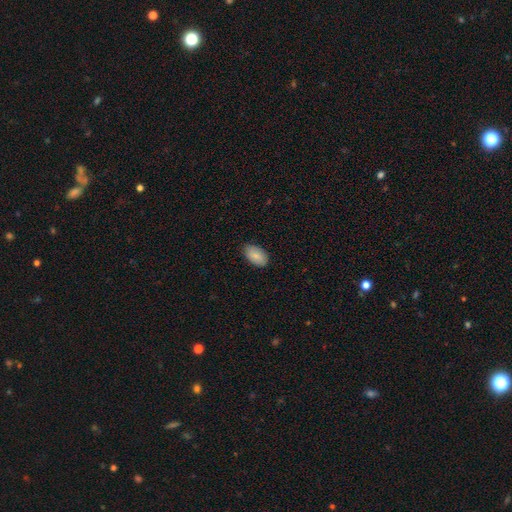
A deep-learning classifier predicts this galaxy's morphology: smooth-or-featured: smooth: 85% | featured or disk: 9% | star or artifact: 7%
  how-rounded: in between: 94% | round: 5% | cigar-shaped: 1%
  merging: none: 84% | minor disturbance: 12% | major disturbance: 2% | merger: 1%